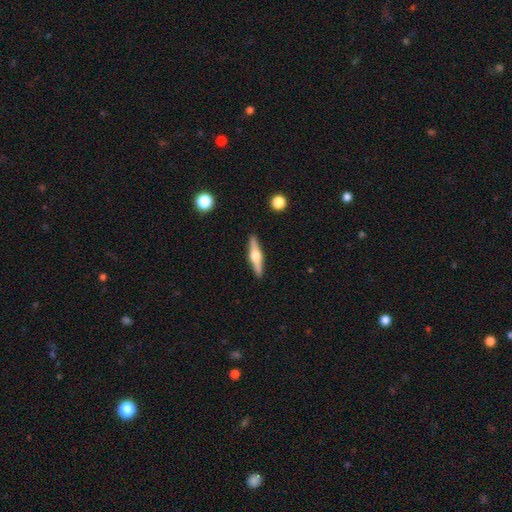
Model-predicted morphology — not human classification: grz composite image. It shows a featured or disk galaxy (65%) viewed edge-on (97%) with a rounded central bulge (94%). Merging: none (90%).